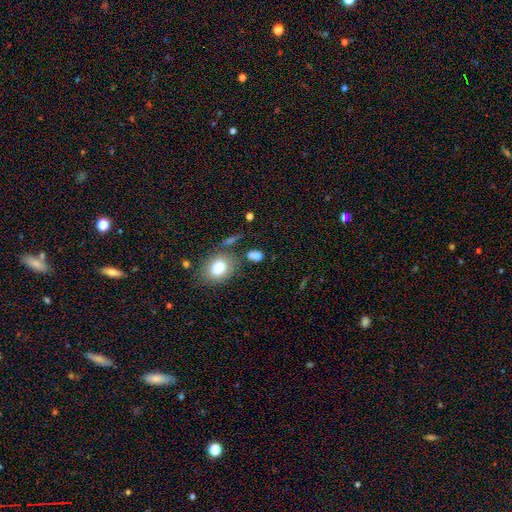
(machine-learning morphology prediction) Smooth or featured?
  - smooth: 79% *
  - star or artifact: 13%
  - featured or disk: 9%
How rounded?
  - in between: 71% *
  - round: 25%
  - cigar-shaped: 4%
Merging?
  - none: 59% *
  - minor disturbance: 18%
  - merger: 14%
  - major disturbance: 8%